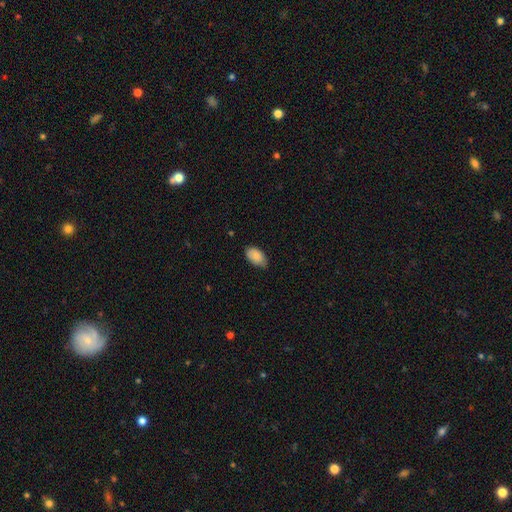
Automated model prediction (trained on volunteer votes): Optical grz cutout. It shows a smooth galaxy with no disk features (86%) that is in between round and cigar-shaped (94%). Merging: none (71%).